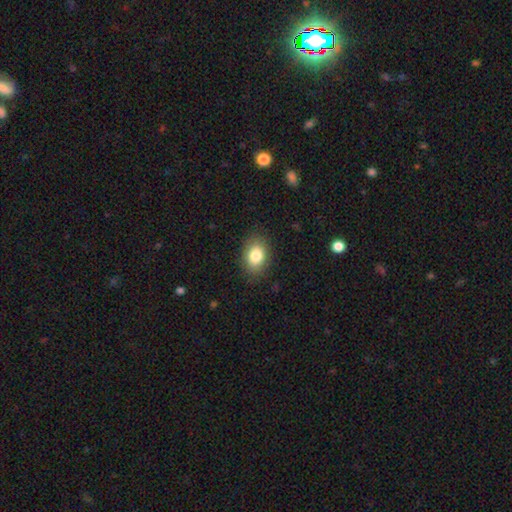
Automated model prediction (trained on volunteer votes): This appears to be a smooth galaxy with no disk features (82%) that is in between round and cigar-shaped (78%). Merging: none (85%).